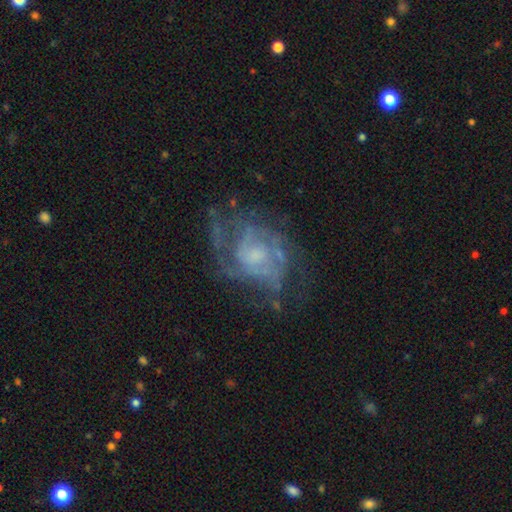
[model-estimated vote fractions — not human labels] A featured or disk galaxy (80%) with no bar (64%), tight (45%) spiral arms (84%) and a small central bulge (38%).

Vote fractions:
- Smooth or featured? featured or disk: 80% / smooth: 11% / star or artifact: 9%
- Edge-on disk? no: 97% / yes: 3%
- Bar? no: 64% / weak: 30% / strong: 5%
- Spiral arms? yes: 84% / no: 16%
- Spiral winding? tight: 45% / medium: 41% / loose: 15%
- Spiral arm count? can't tell: 40% / 2: 27% / 3: 16% / 4: 7% / 1: 6% / more than 4: 4%
- Bulge size? small: 38% / moderate: 33% / none: 21% / large: 7% / dominant: 1%
- Merging? none: 56% / major disturbance: 22% / minor disturbance: 20% / merger: 2%